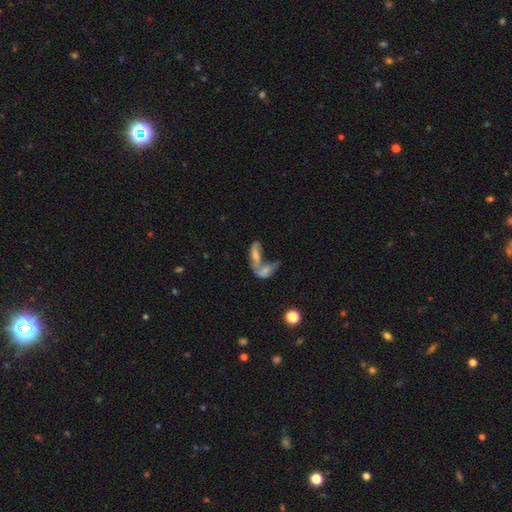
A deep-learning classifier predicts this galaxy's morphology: Q: Smooth or featured?
A: smooth (45%); runner-up: featured or disk (41%)
Q: Merging?
A: merger (66%); runner-up: none (20%)